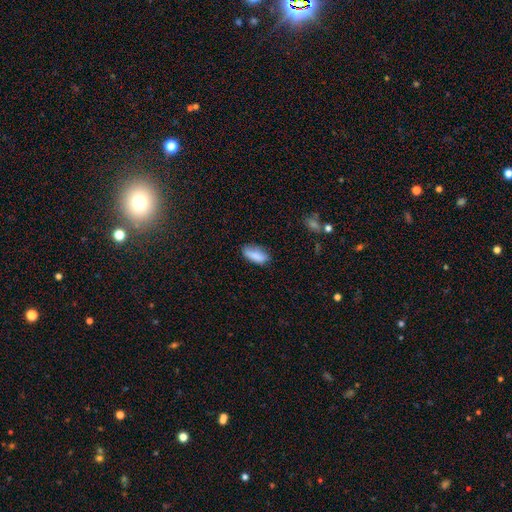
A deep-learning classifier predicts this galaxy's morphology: Smooth or featured? Predicted: smooth (p=0.84). How rounded? Predicted: in between (p=0.82). Merging? Predicted: none (p=0.68).